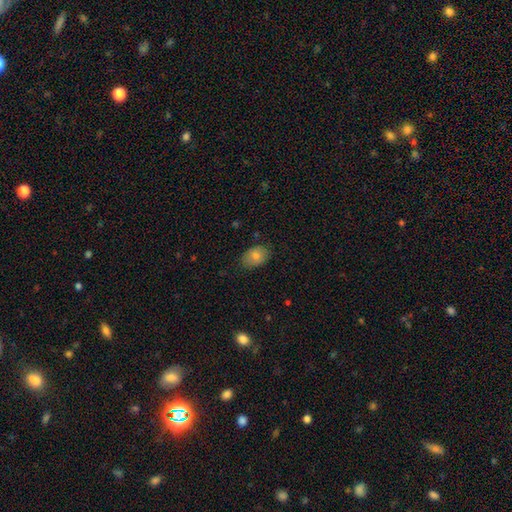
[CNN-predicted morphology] Smooth or featured?
  - smooth: 80% *
  - featured or disk: 12%
  - star or artifact: 8%
How rounded?
  - in between: 82% *
  - round: 16%
  - cigar-shaped: 1%
Merging?
  - none: 79% *
  - minor disturbance: 16%
  - major disturbance: 3%
  - merger: 1%